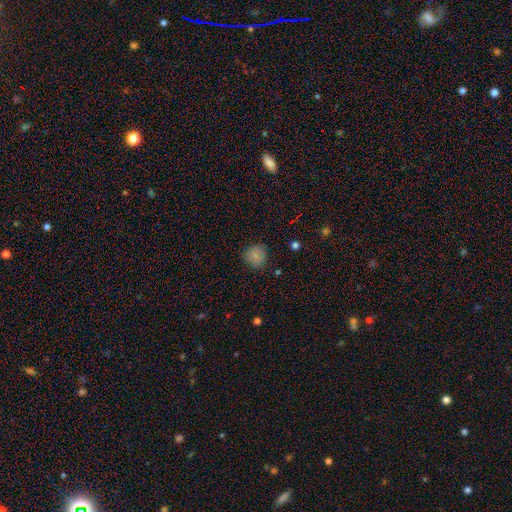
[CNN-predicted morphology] Overall: smooth (83%). How rounded: round (86%). Merging: none (84%).